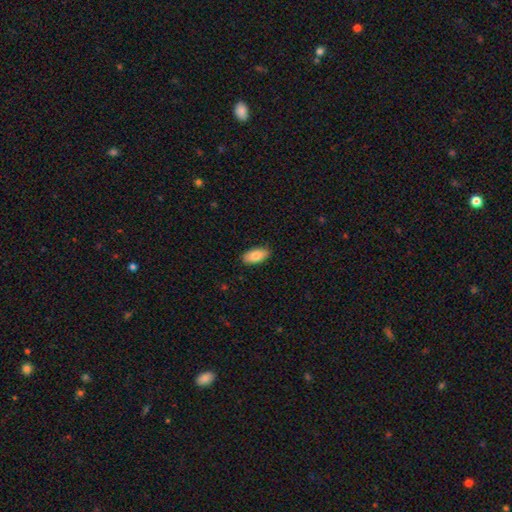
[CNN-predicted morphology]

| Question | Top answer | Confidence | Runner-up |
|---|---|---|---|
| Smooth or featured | smooth | 84% | featured or disk (10%) |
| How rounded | in between | 91% | cigar-shaped (7%) |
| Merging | none | 88% | minor disturbance (10%) |